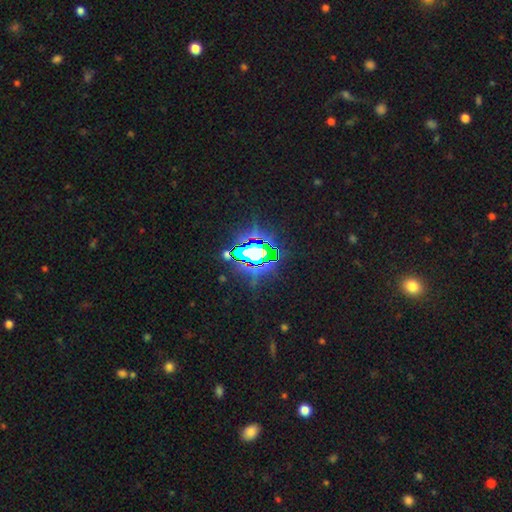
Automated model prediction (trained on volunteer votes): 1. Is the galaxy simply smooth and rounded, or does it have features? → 78% star or artifact, 13% smooth, 10% featured or disk.